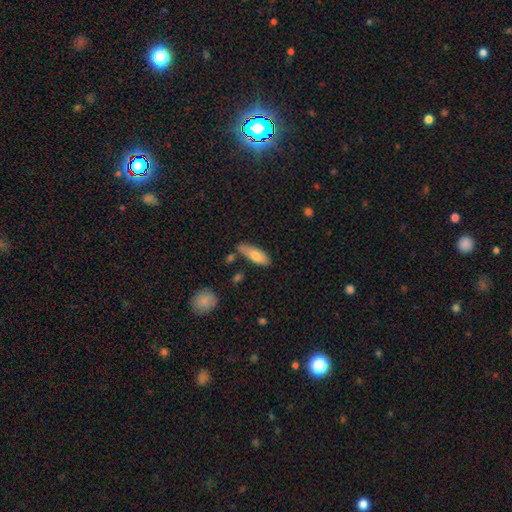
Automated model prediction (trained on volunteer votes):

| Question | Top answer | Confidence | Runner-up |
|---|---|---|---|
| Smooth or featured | smooth | 76% | featured or disk (18%) |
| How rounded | in between | 62% | cigar-shaped (36%) |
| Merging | none | 66% | minor disturbance (22%) |